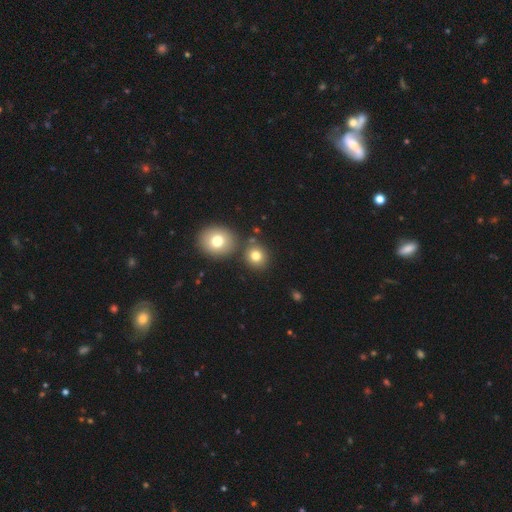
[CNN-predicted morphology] smooth_or_featured: smooth (p=0.79) [alt: star or artifact p=0.12]
how_rounded: round (p=0.83) [alt: in between p=0.16]
merging: none (p=0.76) [alt: merger p=0.13]